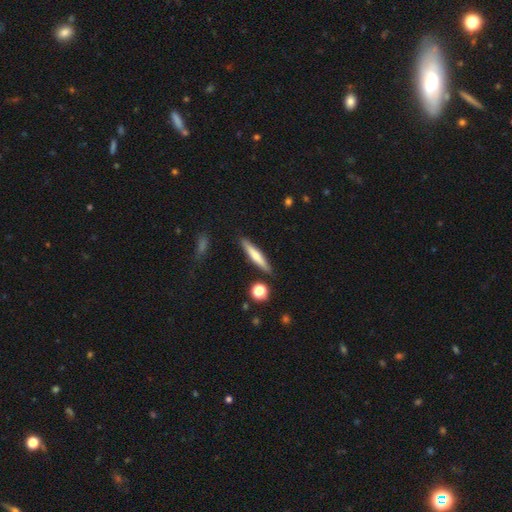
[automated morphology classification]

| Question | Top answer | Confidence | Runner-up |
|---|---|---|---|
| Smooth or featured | smooth | 58% | featured or disk (35%) |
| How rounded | cigar-shaped | 90% | in between (8%) |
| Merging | none | 87% | minor disturbance (8%) |